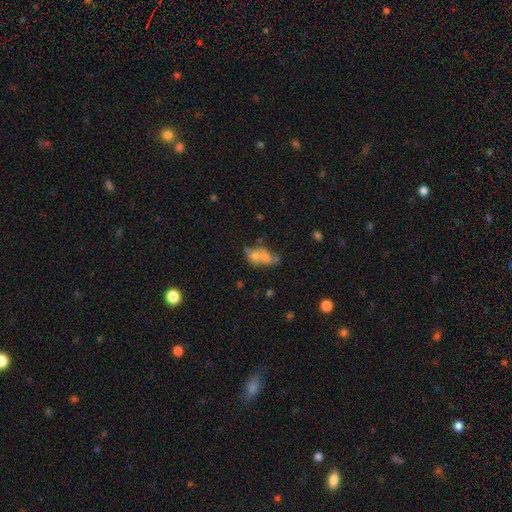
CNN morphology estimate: This is possibly a smooth galaxy (53%). How rounded: likely in between (72%). Merging: possibly merger (48%).